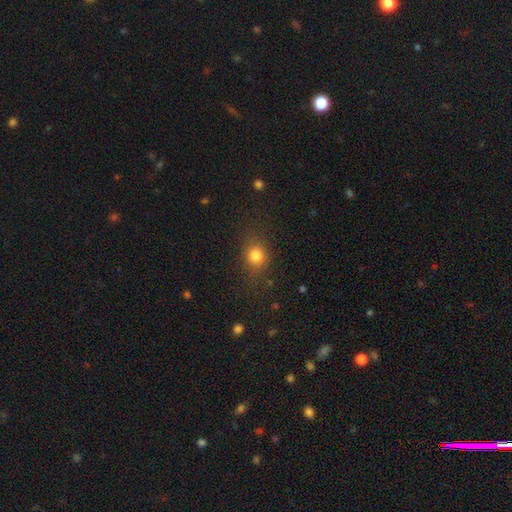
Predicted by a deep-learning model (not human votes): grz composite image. It shows a smooth galaxy with no disk features (80%) that is round (73%). Merging: none (77%).